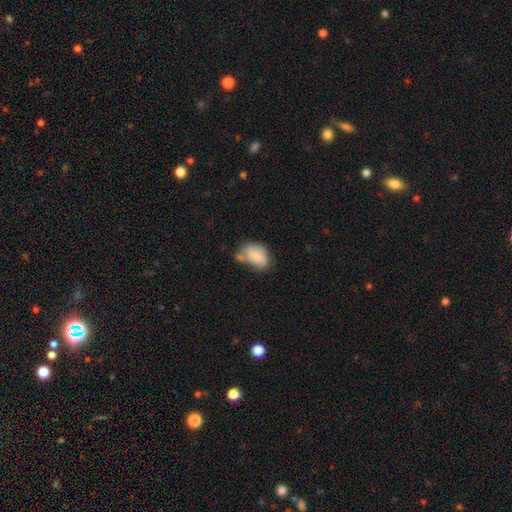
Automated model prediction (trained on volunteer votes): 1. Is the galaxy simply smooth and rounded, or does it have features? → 76% smooth, 17% featured or disk, 8% star or artifact.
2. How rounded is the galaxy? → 85% in between, 13% round, 1% cigar-shaped.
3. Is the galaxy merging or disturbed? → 35% none, 33% minor disturbance, 18% merger, 14% major disturbance.